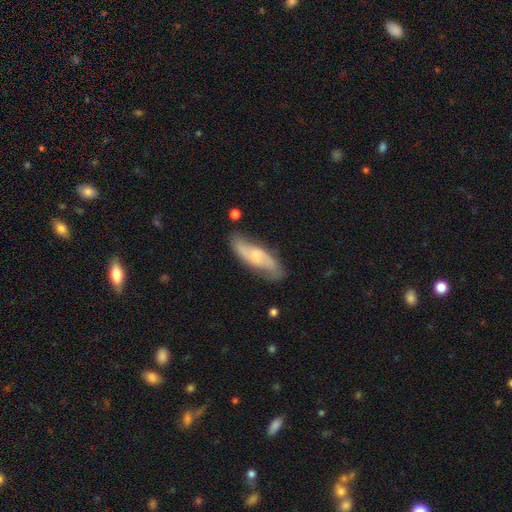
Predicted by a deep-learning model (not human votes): A featured or disk galaxy (60%). Merging: none (73%).